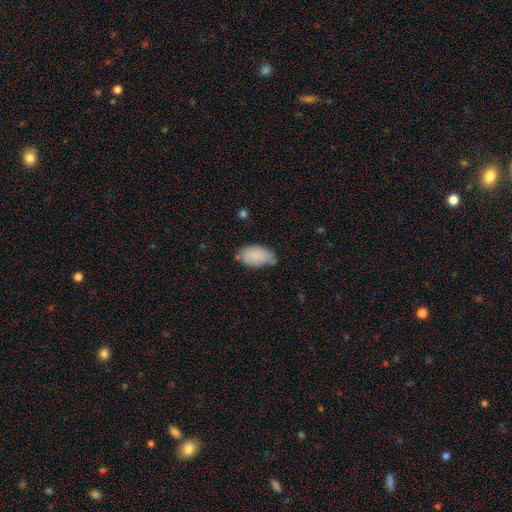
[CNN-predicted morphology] This appears to be a smooth galaxy with no disk features (83%) that is in between round and cigar-shaped (94%). Merging: none (57%).